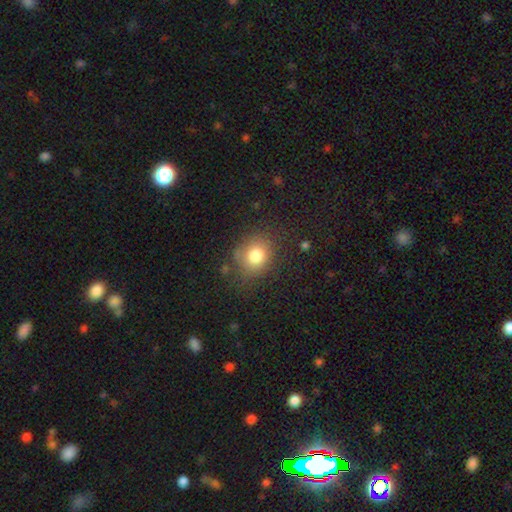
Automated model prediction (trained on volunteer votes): Q: Smooth or featured?
A: smooth (80%); runner-up: star or artifact (11%)
Q: How rounded?
A: round (67%); runner-up: in between (32%)
Q: Merging?
A: none (76%); runner-up: minor disturbance (16%)